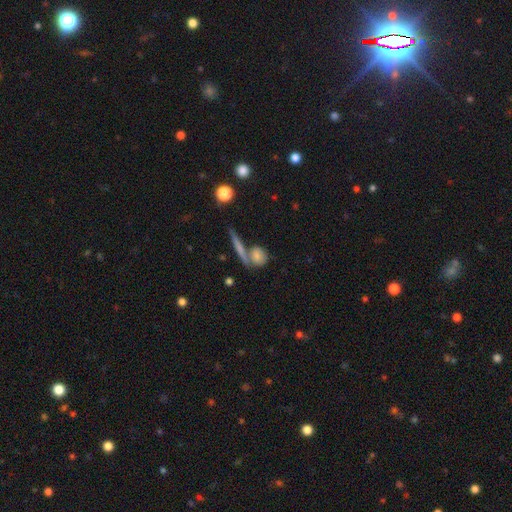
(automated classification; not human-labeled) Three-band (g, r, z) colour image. It shows a smooth galaxy with no disk features (72%) that is round (62%). Merging: none (55%).